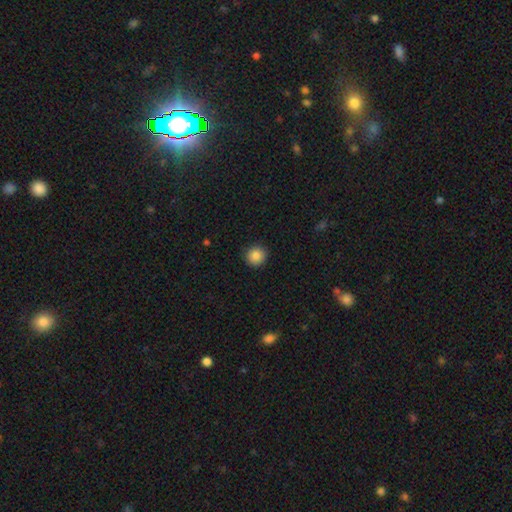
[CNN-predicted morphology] A smooth galaxy with no disk features (86%) that is round (93%).

Vote fractions:
- Smooth or featured? smooth: 86% / star or artifact: 9% / featured or disk: 5%
- How rounded? round: 93% / in between: 6% / cigar-shaped: 1%
- Merging? none: 91% / minor disturbance: 6% / major disturbance: 2% / merger: 1%